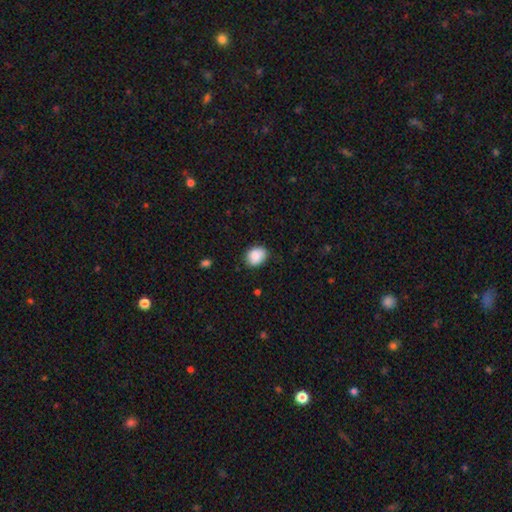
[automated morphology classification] Smooth or featured? Predicted: smooth (p=0.87). How rounded? Predicted: in between (p=0.54). Merging? Predicted: none (p=0.77).